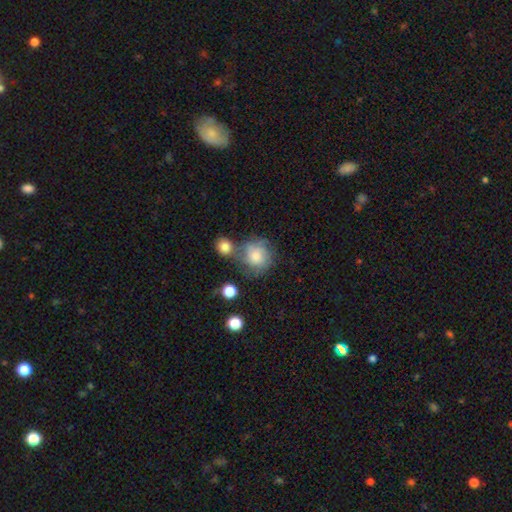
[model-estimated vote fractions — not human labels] Smooth or featured?
  - smooth: 65% *
  - featured or disk: 25%
  - star or artifact: 10%
How rounded?
  - round: 82% *
  - in between: 17%
  - cigar-shaped: 1%
Merging?
  - none: 47% *
  - merger: 22%
  - minor disturbance: 20%
  - major disturbance: 11%